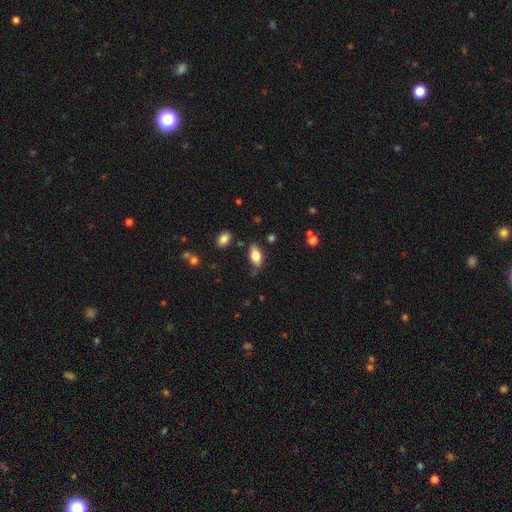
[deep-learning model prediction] smooth 80%, featured or disk 12%, star or artifact 7%. Down the decision tree: how rounded — in between (91%); merging — none (76%).